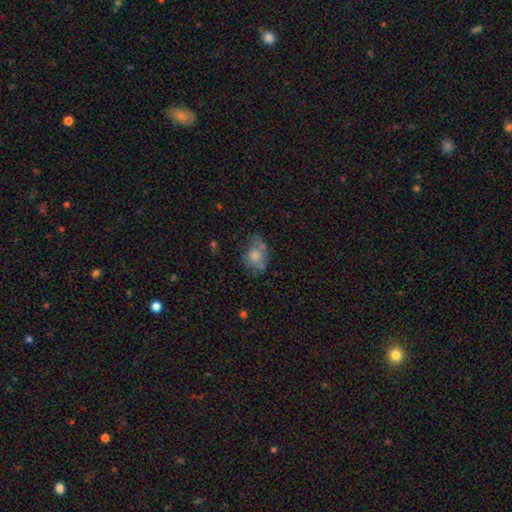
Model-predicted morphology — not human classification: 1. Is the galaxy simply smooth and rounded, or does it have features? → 59% smooth, 30% featured or disk, 10% star or artifact.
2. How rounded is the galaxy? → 66% in between, 32% round, 2% cigar-shaped.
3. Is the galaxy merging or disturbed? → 40% none, 29% minor disturbance, 22% major disturbance, 10% merger.